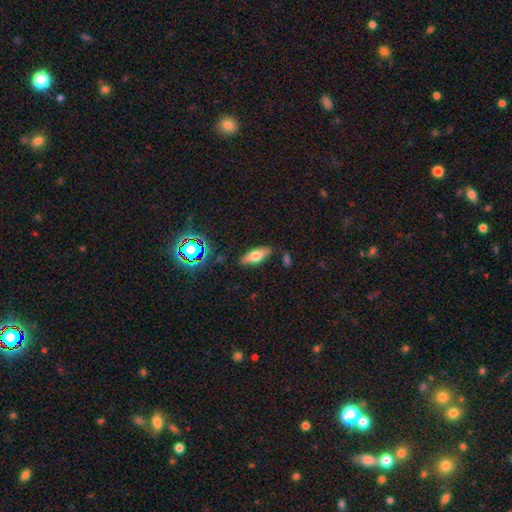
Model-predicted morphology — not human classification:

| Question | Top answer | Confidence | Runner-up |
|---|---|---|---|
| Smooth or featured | smooth | 59% | featured or disk (31%) |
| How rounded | in between | 67% | cigar-shaped (30%) |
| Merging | none | 82% | minor disturbance (12%) |